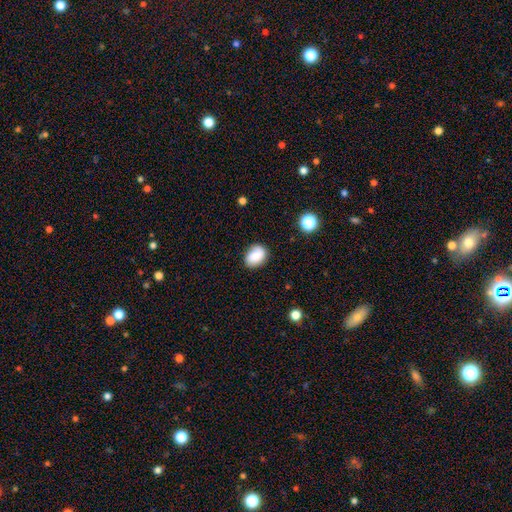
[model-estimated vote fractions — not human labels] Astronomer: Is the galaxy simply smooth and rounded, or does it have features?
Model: smooth — 77%.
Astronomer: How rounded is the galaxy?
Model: in between — 66%.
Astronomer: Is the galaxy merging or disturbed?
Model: none — 77%.